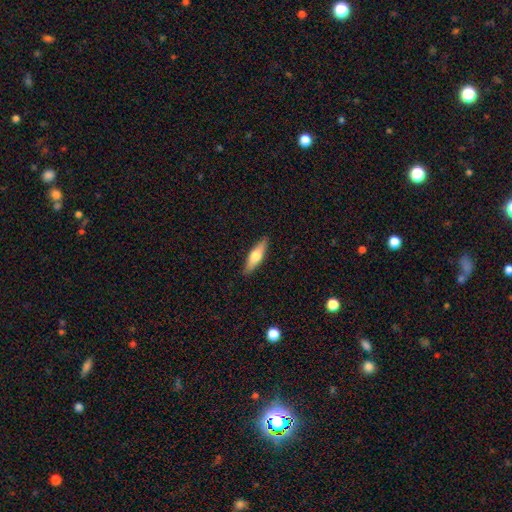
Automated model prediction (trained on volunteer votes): Q: Smooth or featured?
A: smooth (55%); runner-up: featured or disk (39%)
Q: How rounded?
A: cigar-shaped (62%); runner-up: in between (36%)
Q: Merging?
A: none (89%); runner-up: minor disturbance (8%)